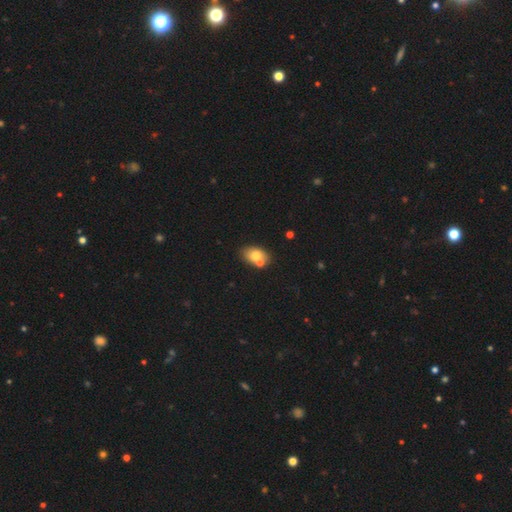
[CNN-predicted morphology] Smooth or featured? Predicted: smooth (p=0.72). How rounded? Predicted: in between (p=0.80). Merging? Predicted: none (p=0.57).